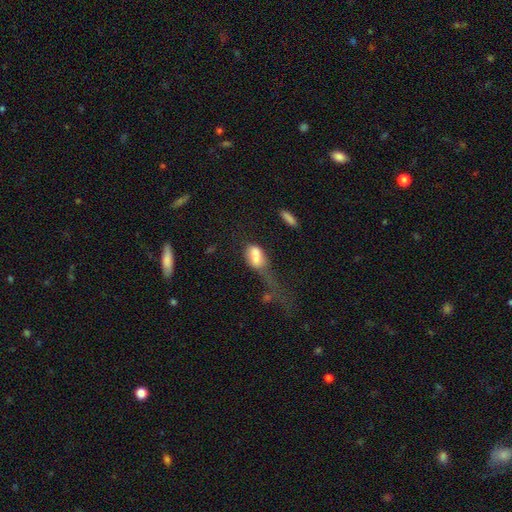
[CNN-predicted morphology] A smooth galaxy with no disk features (67%) that is in between round and cigar-shaped (80%).

Vote fractions:
- Smooth or featured? smooth: 67% / featured or disk: 23% / star or artifact: 10%
- How rounded? in between: 80% / round: 15% / cigar-shaped: 6%
- Merging? major disturbance: 40% / merger: 33% / none: 14% / minor disturbance: 14%